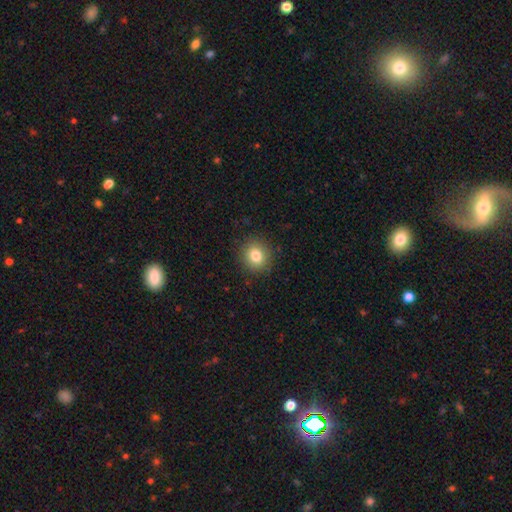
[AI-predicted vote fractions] Q: Smooth or featured?
A: smooth (82%); runner-up: star or artifact (11%)
Q: How rounded?
A: round (82%); runner-up: in between (17%)
Q: Merging?
A: none (89%); runner-up: minor disturbance (8%)